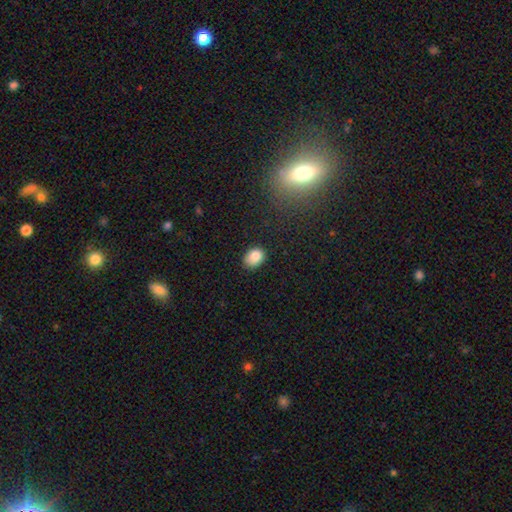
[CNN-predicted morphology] type=smooth (85%); roundness=in between (53%); merging=none (79%).